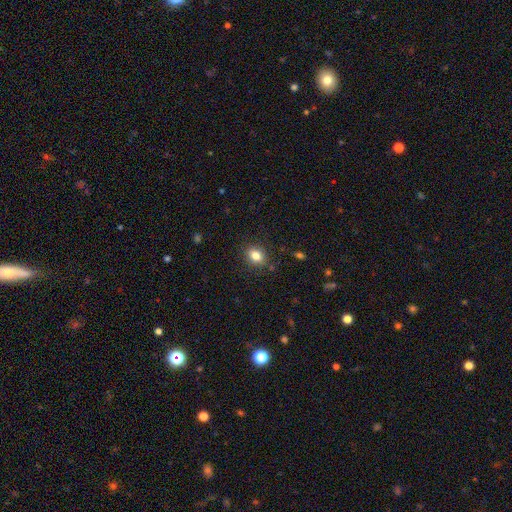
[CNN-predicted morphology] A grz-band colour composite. It shows a smooth galaxy with no disk features (82%) that is in between round and cigar-shaped (55%). Merging: none (87%).